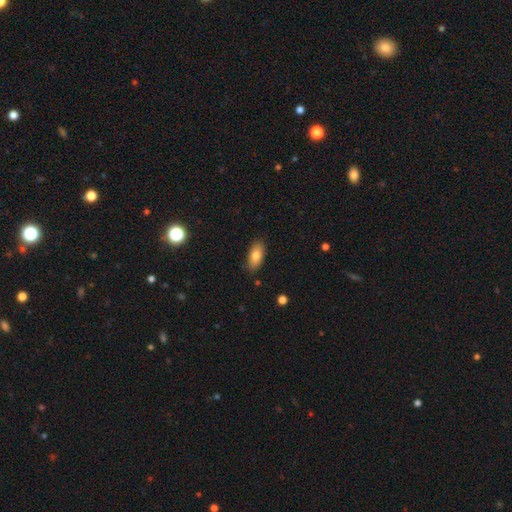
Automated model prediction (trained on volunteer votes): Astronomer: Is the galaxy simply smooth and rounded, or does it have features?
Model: smooth — 81%.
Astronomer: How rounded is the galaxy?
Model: in between — 88%.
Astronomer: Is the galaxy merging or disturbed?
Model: none — 85%.